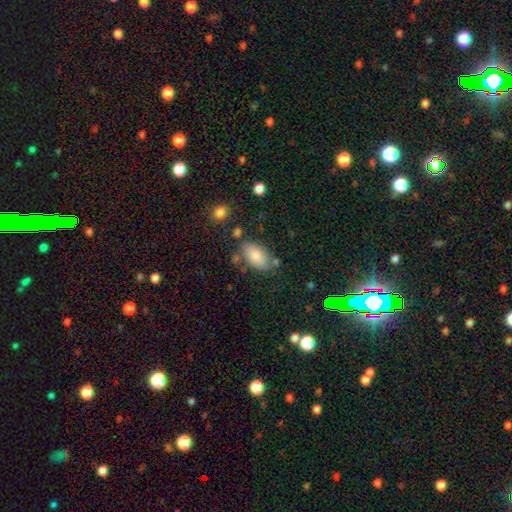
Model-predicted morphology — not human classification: Smooth or featured? smooth (79%)
How rounded? in between (92%)
Merging? none (72%)